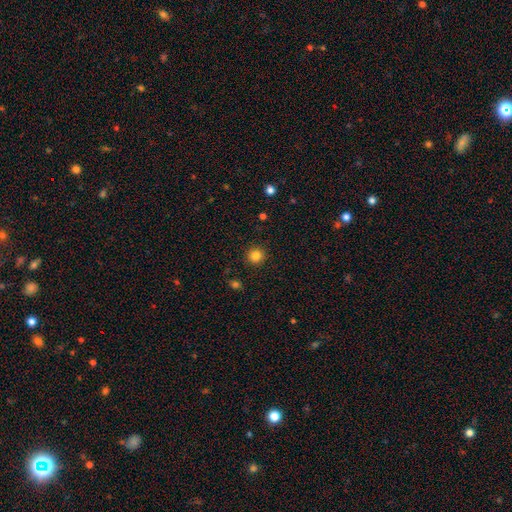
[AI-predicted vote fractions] Q: Smooth or featured?
A: smooth (83%); runner-up: star or artifact (12%)
Q: How rounded?
A: round (94%); runner-up: in between (5%)
Q: Merging?
A: none (92%); runner-up: minor disturbance (5%)